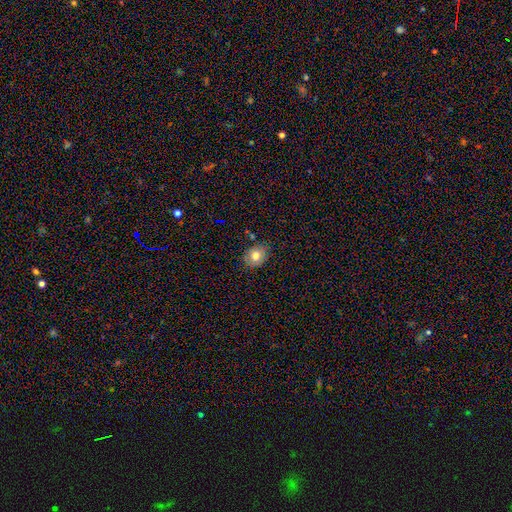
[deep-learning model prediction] The model was most divided on "how rounded": round: 55%, in between: 44%, cigar-shaped: 1%. More confident: merging — none (79%); smooth or featured — smooth (78%).